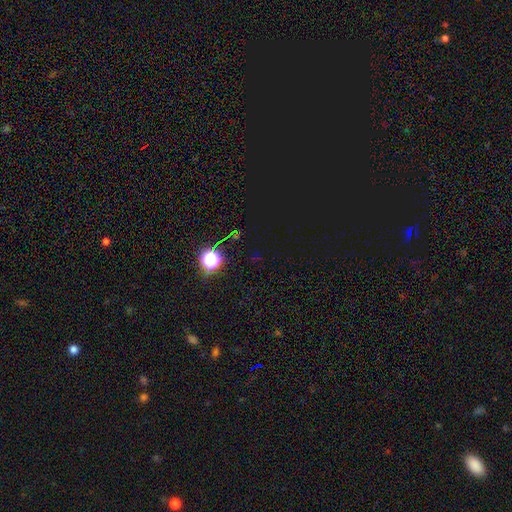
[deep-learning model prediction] Morphology: type=star or artifact (77%).